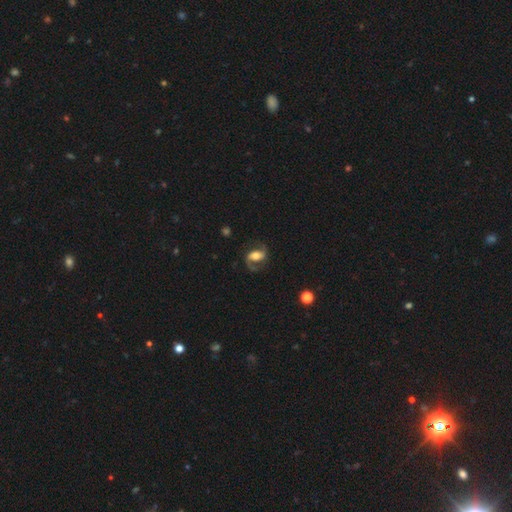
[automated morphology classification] The model was most divided on "bar": weak: 37%, strong: 33%, no: 30%. Remaining: edge-on disk — no (97%); spiral arms — yes (94%); spiral arm count — 2 (90%); smooth or featured — featured or disk (79%); merging — none (72%); bulge size — moderate (56%); spiral winding — medium (48%).